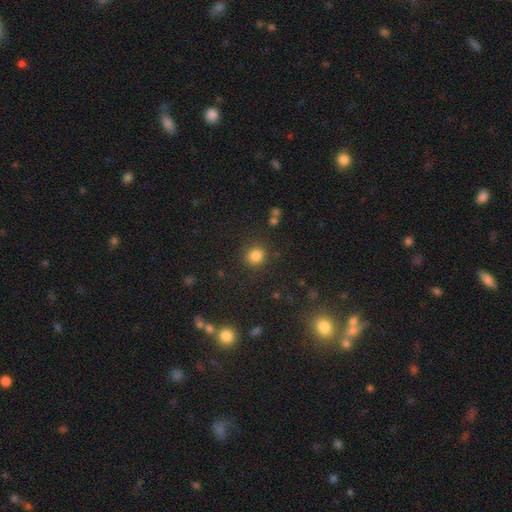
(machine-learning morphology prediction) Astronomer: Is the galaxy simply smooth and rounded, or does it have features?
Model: smooth — 83%.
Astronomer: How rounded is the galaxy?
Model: round — 84%.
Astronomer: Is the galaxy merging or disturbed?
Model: none — 85%.